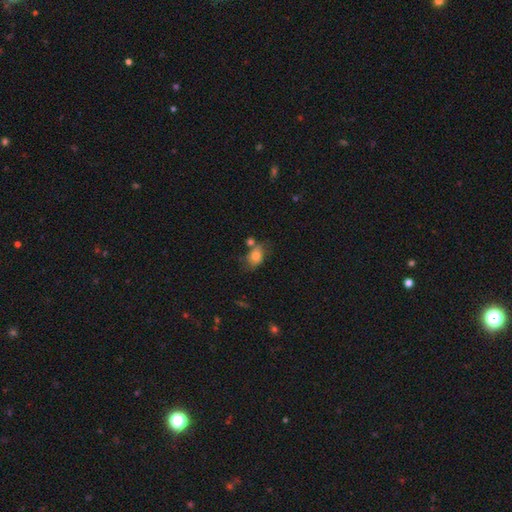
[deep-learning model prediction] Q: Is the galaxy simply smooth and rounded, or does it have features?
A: smooth — 70%.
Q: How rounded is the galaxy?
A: in between — 73%.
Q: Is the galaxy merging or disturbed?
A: none — 49%.